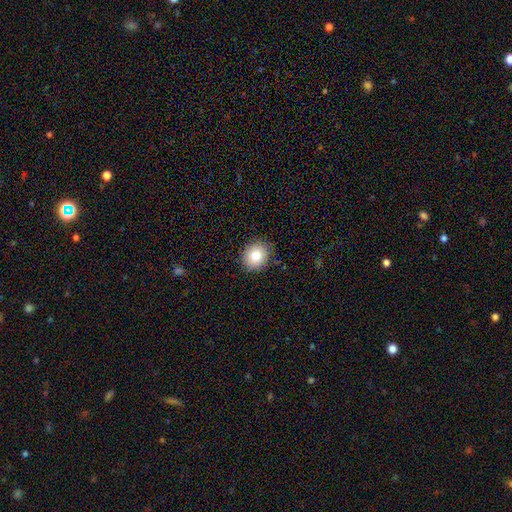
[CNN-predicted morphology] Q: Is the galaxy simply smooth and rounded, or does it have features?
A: smooth — 83%.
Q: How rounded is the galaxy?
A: round — 68%.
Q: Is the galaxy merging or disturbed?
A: none — 87%.